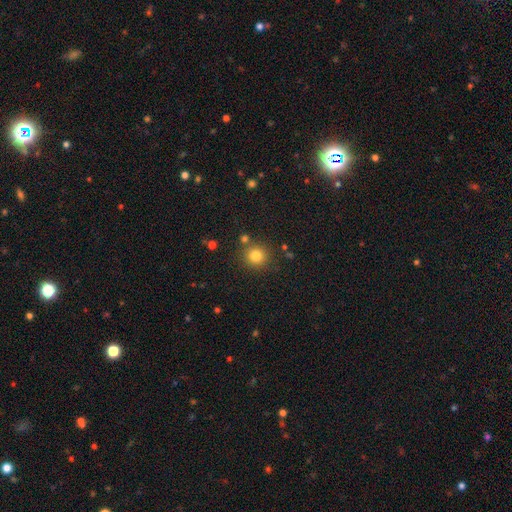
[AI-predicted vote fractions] A smooth galaxy with no disk features (81%) that is round (92%).

Vote fractions:
- Smooth or featured? smooth: 81% / star or artifact: 13% / featured or disk: 6%
- How rounded? round: 92% / in between: 7% / cigar-shaped: 1%
- Merging? none: 82% / minor disturbance: 8% / merger: 7% / major disturbance: 3%